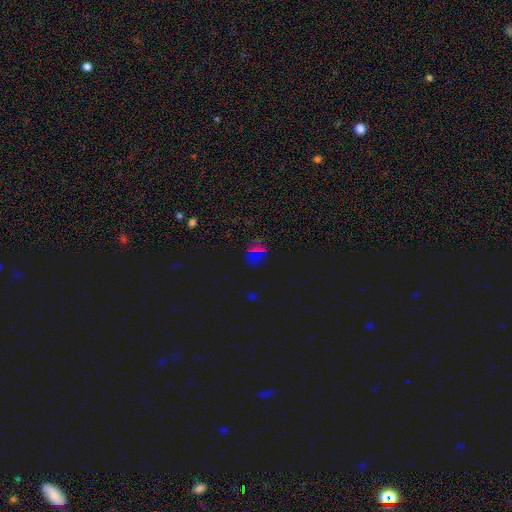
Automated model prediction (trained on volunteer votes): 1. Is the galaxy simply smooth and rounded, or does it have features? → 52% star or artifact, 39% smooth, 9% featured or disk.